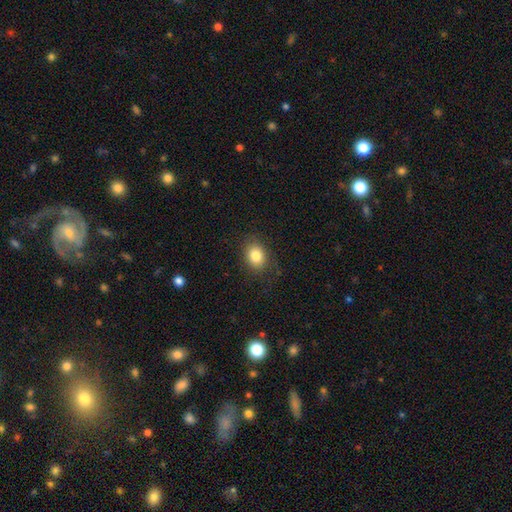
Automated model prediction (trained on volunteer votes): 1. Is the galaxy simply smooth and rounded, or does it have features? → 82% smooth, 10% star or artifact, 8% featured or disk.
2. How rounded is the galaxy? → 54% in between, 45% round, 1% cigar-shaped.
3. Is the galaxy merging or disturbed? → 83% none, 12% minor disturbance, 4% major disturbance, 1% merger.